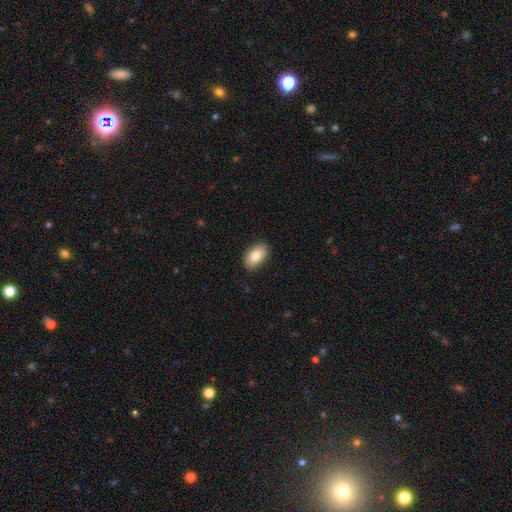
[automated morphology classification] Q: Smooth or featured?
A: smooth (85%); runner-up: featured or disk (8%)
Q: How rounded?
A: in between (93%); runner-up: round (5%)
Q: Merging?
A: none (88%); runner-up: minor disturbance (9%)